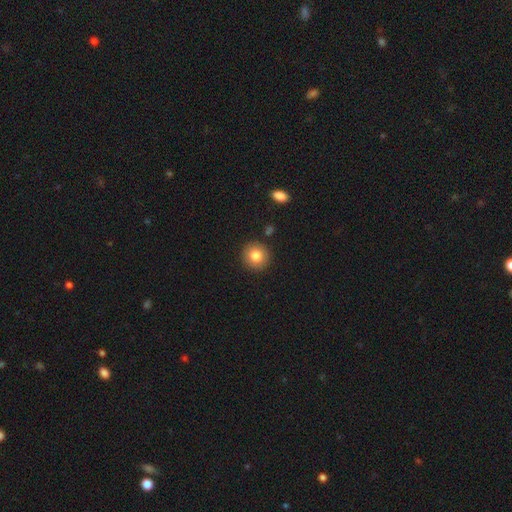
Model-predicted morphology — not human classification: smooth_or_featured: smooth (p=0.83) [alt: star or artifact p=0.09]
how_rounded: round (p=0.92) [alt: in between p=0.07]
merging: none (p=0.90) [alt: minor disturbance p=0.06]